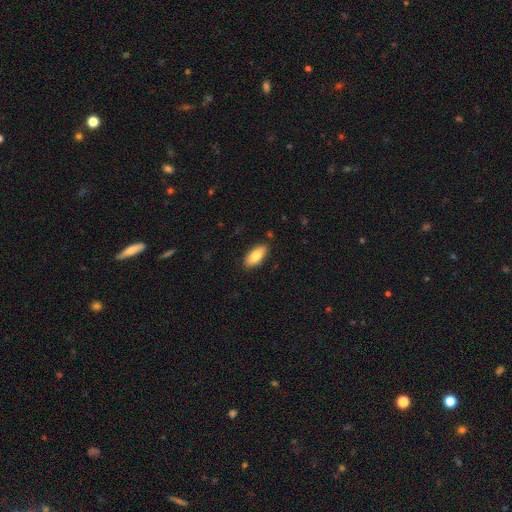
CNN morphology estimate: smooth 81%, featured or disk 13%, star or artifact 6%. Down the decision tree: how rounded — in between (85%); merging — none (87%).